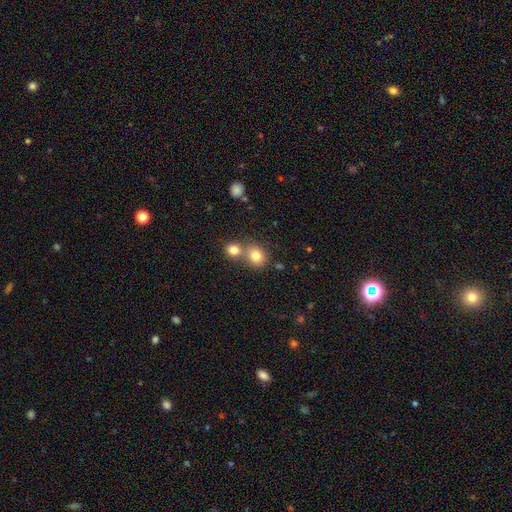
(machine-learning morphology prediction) Smooth or featured? smooth (81%)
How rounded? round (75%)
Merging? none (51%)